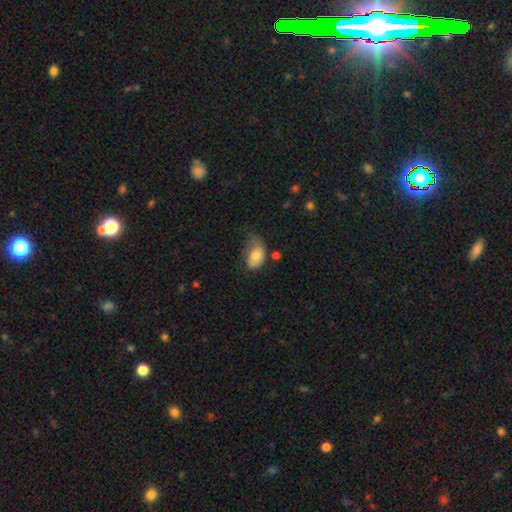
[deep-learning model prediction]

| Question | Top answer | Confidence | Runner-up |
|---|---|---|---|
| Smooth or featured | smooth | 75% | featured or disk (17%) |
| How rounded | in between | 89% | round (10%) |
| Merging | minor disturbance | 42% | none (29%) |